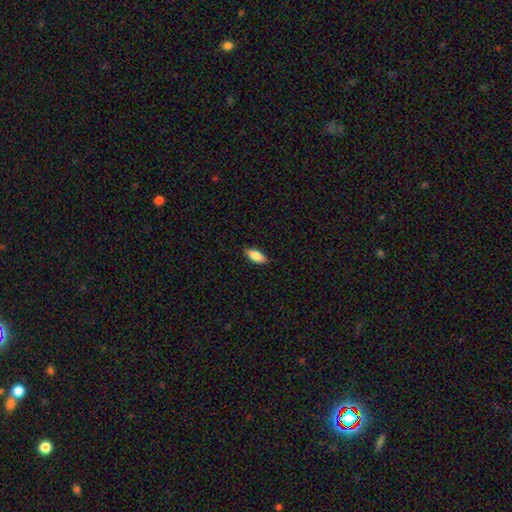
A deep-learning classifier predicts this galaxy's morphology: type=smooth (81%); roundness=in between (83%); merging=none (85%).